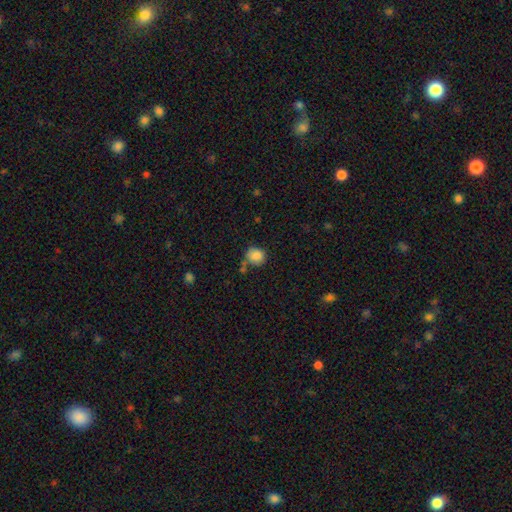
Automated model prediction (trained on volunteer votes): A smooth galaxy with no disk features (86%) that is round (79%). Merging: none (64%).